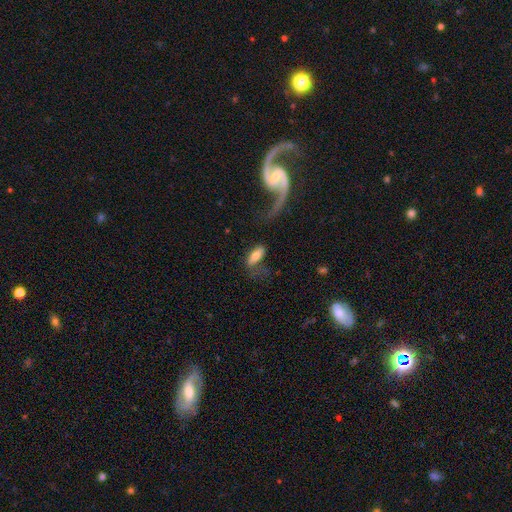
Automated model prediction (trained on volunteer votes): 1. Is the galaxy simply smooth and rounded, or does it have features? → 69% smooth, 23% featured or disk, 8% star or artifact.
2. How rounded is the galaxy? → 80% in between, 17% cigar-shaped, 4% round.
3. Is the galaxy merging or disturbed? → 40% none, 31% major disturbance, 18% minor disturbance, 11% merger.